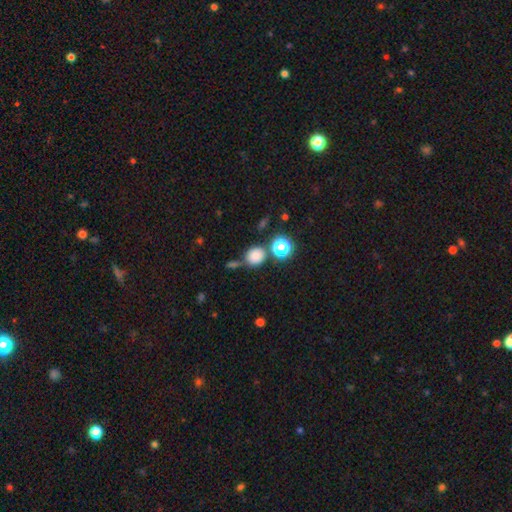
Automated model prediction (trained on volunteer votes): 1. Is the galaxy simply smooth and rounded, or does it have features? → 80% smooth, 15% star or artifact, 6% featured or disk.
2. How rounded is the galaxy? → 81% round, 17% in between, 1% cigar-shaped.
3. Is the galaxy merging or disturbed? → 65% none, 18% merger, 12% minor disturbance, 5% major disturbance.